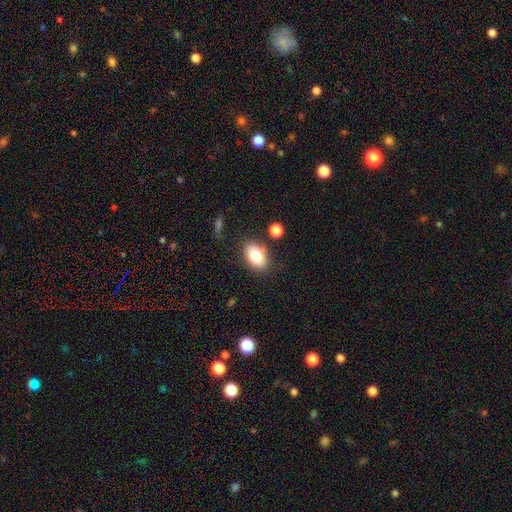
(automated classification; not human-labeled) This is likely a smooth galaxy (79%). How rounded: clearly in between (85%). Merging: likely none (78%).